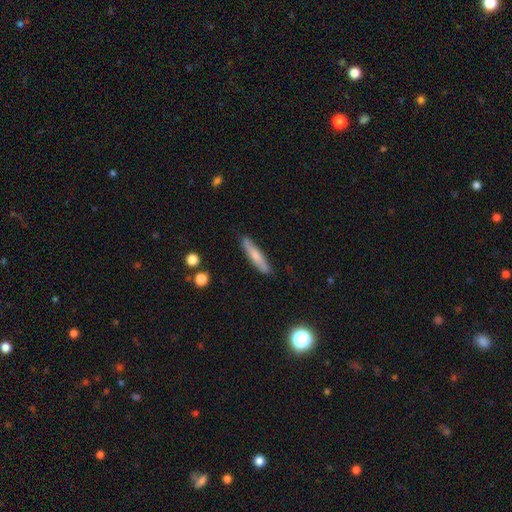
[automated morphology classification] Smooth or featured? Predicted: smooth (p=0.69). How rounded? Predicted: cigar-shaped (p=0.90). Merging? Predicted: none (p=0.85).